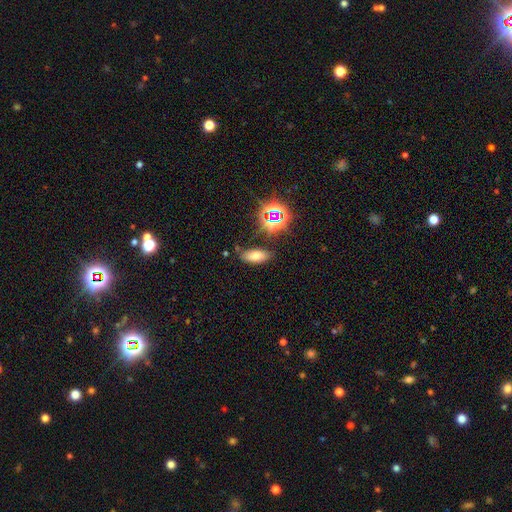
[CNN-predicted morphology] type=smooth (64%); roundness=in between (83%); merging=none (79%).